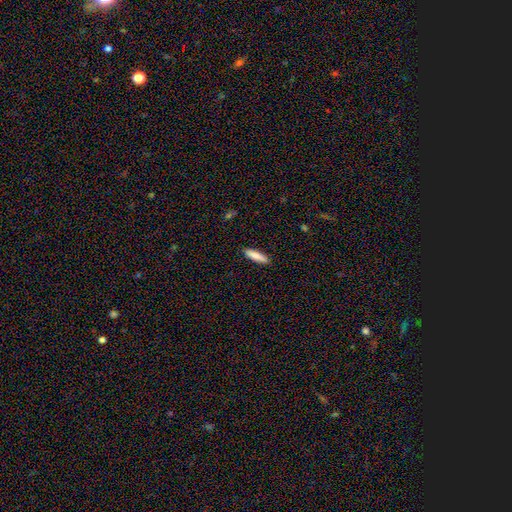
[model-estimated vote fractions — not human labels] Morphology: type=smooth (85%); roundness=cigar-shaped (73%); merging=none (90%).